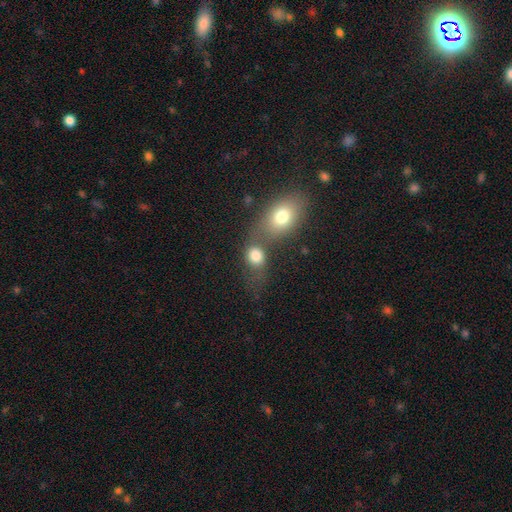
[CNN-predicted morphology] This appears to be a smooth galaxy with no disk features (79%) that is round (50%). Merging: merger (51%).